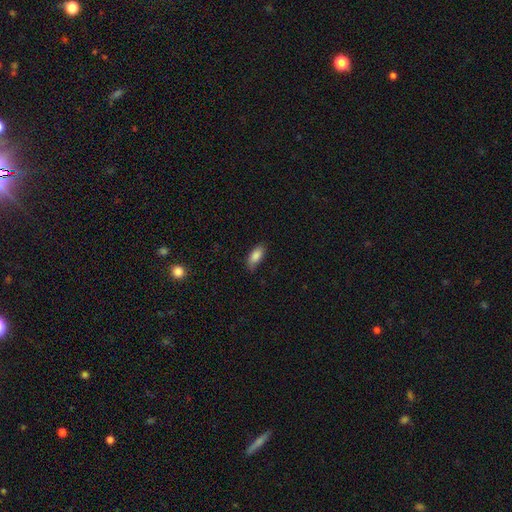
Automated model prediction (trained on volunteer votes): Morphology: type=smooth (85%); roundness=in between (88%); merging=none (73%).